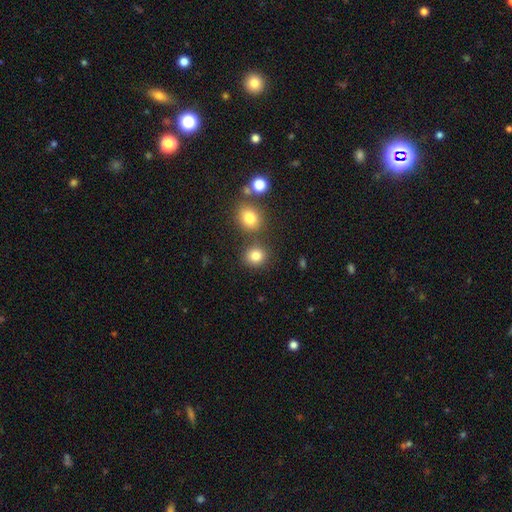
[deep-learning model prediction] Smooth or featured: smooth — 81% (star or artifact — 13%)
How rounded: round — 83% (in between — 16%)
Merging: none — 77% (merger — 12%)